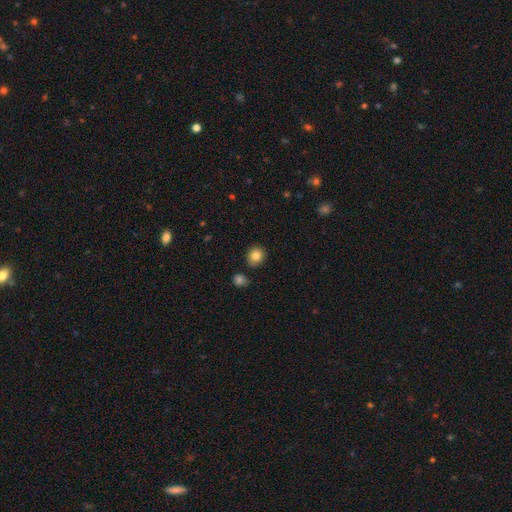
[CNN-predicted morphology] smooth-or-featured: smooth: 84% | star or artifact: 10% | featured or disk: 6%
  how-rounded: round: 78% | in between: 21% | cigar-shaped: 1%
  merging: none: 85% | minor disturbance: 9% | merger: 4% | major disturbance: 2%